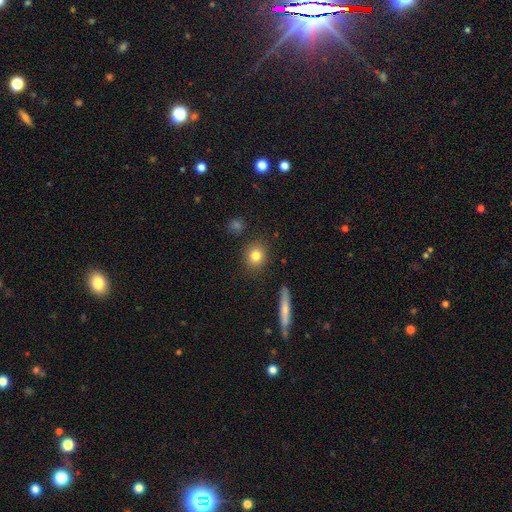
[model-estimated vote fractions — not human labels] Q: Smooth or featured?
A: smooth (80%); runner-up: star or artifact (10%)
Q: How rounded?
A: round (78%); runner-up: in between (19%)
Q: Merging?
A: none (88%); runner-up: minor disturbance (8%)